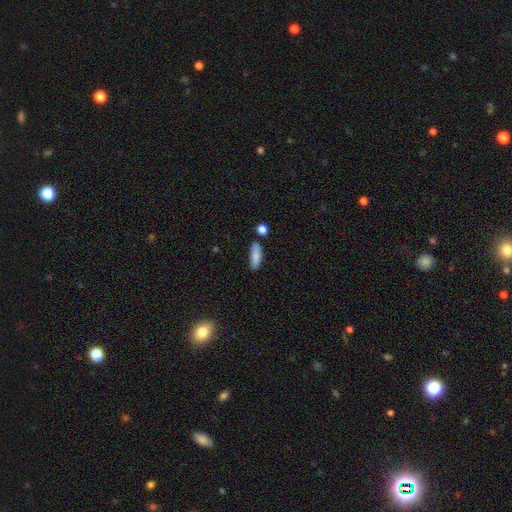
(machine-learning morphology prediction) Smooth or featured: smooth — 86% (featured or disk — 8%)
How rounded: in between — 64% (cigar-shaped — 34%)
Merging: none — 73% (minor disturbance — 18%)